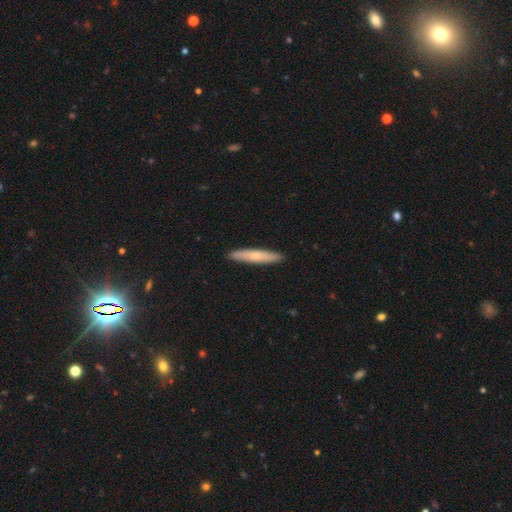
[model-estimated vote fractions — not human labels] Smooth or featured? Predicted: smooth (p=0.64). How rounded? Predicted: cigar-shaped (p=0.91). Merging? Predicted: none (p=0.91).